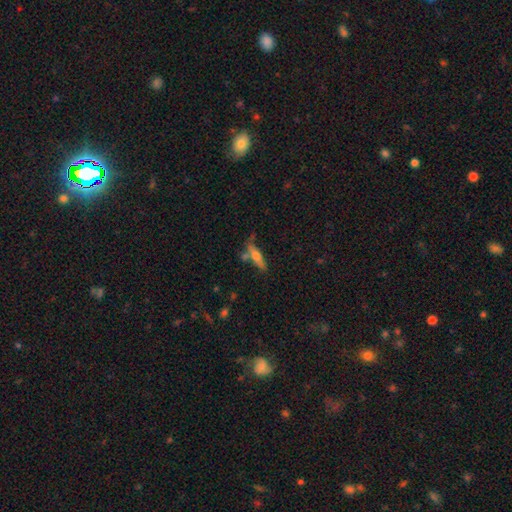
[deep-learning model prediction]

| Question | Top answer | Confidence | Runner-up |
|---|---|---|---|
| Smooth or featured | smooth | 54% | featured or disk (37%) |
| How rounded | cigar-shaped | 75% | in between (23%) |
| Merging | none | 60% | minor disturbance (18%) |